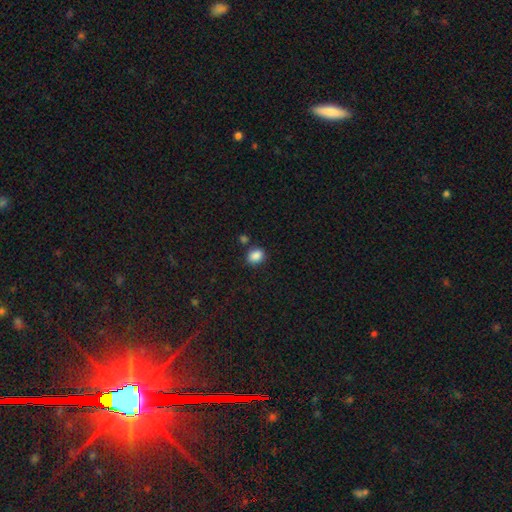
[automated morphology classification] Q: Smooth or featured?
A: smooth (87%); runner-up: star or artifact (9%)
Q: How rounded?
A: in between (52%); runner-up: round (47%)
Q: Merging?
A: none (78%); runner-up: minor disturbance (12%)